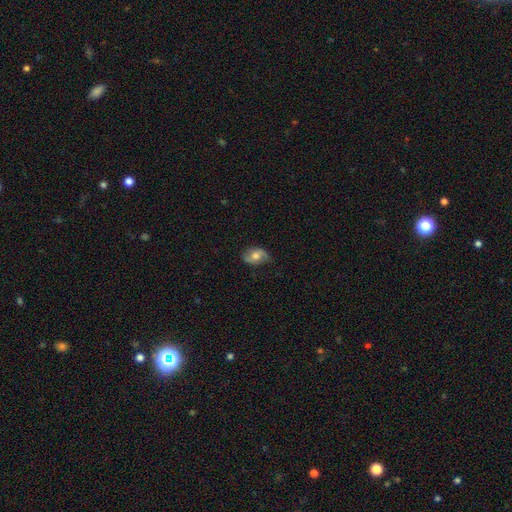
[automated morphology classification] Smooth or featured?
  - smooth: 53% *
  - featured or disk: 39%
  - star or artifact: 8%
How rounded?
  - in between: 83% *
  - round: 15%
  - cigar-shaped: 2%
Merging?
  - none: 74% *
  - minor disturbance: 20%
  - major disturbance: 5%
  - merger: 1%